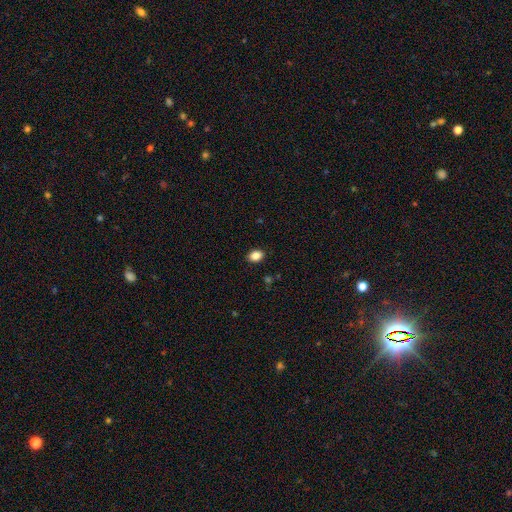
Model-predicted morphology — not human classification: smooth_or_featured: smooth (p=0.87) [alt: star or artifact p=0.09]
how_rounded: in between (p=0.76) [alt: round p=0.23]
merging: none (p=0.89) [alt: minor disturbance p=0.08]